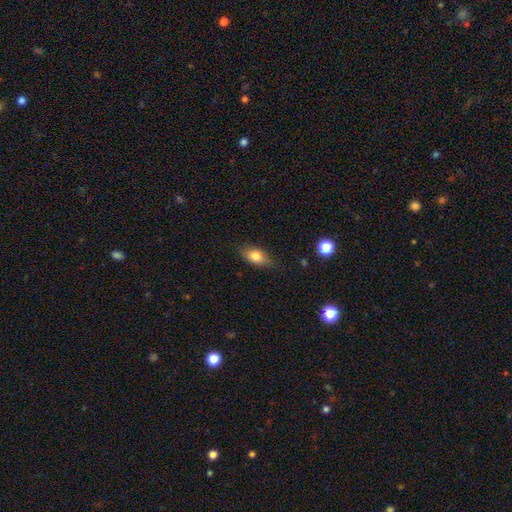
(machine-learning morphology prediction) Smooth or featured? Predicted: smooth (p=0.75). How rounded? Predicted: in between (p=0.80). Merging? Predicted: none (p=0.78).